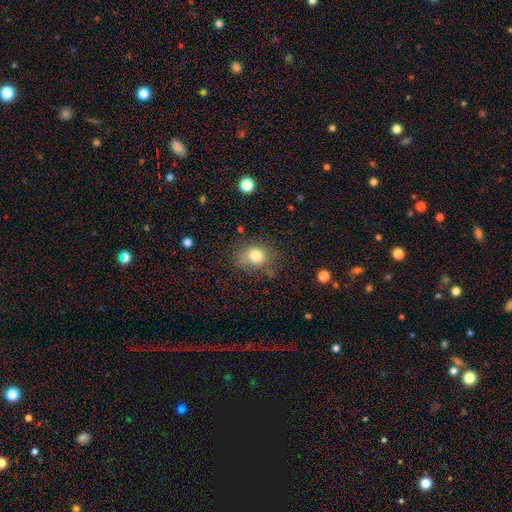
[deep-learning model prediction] Q: Smooth or featured?
A: smooth (80%); runner-up: star or artifact (11%)
Q: How rounded?
A: round (63%); runner-up: in between (36%)
Q: Merging?
A: none (68%); runner-up: minor disturbance (21%)